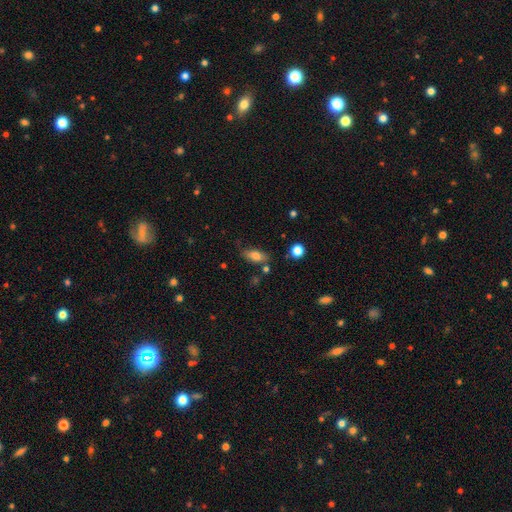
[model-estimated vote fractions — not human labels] Q: Smooth or featured?
A: smooth (75%); runner-up: featured or disk (15%)
Q: How rounded?
A: in between (82%); runner-up: cigar-shaped (12%)
Q: Merging?
A: none (68%); runner-up: minor disturbance (20%)